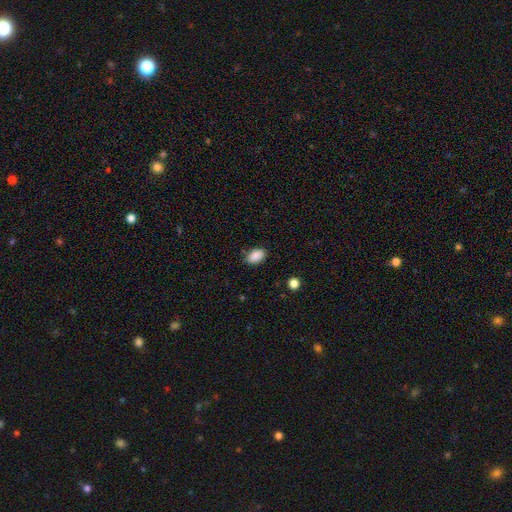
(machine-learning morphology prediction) Smooth or featured? smooth (88%)
How rounded? in between (90%)
Merging? none (79%)